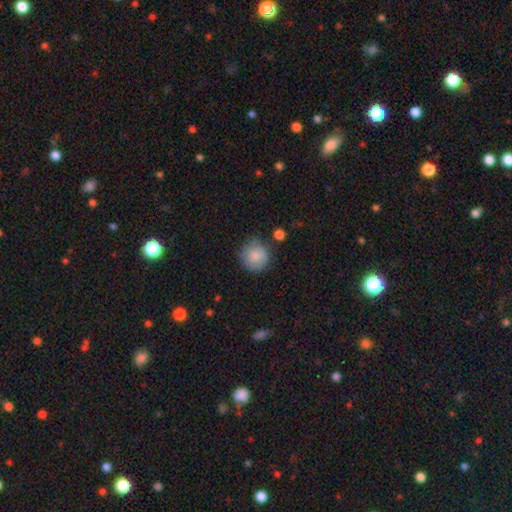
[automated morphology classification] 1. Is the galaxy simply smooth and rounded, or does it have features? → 85% smooth, 8% star or artifact, 7% featured or disk.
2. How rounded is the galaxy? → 92% round, 7% in between, 1% cigar-shaped.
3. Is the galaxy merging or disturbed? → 77% none, 16% minor disturbance, 4% major disturbance, 4% merger.